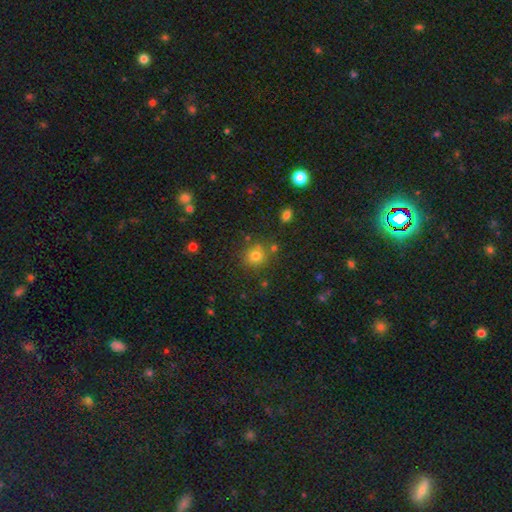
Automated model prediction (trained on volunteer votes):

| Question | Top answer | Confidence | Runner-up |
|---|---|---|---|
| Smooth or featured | smooth | 75% | star or artifact (18%) |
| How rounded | round | 87% | in between (12%) |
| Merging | none | 78% | minor disturbance (10%) |